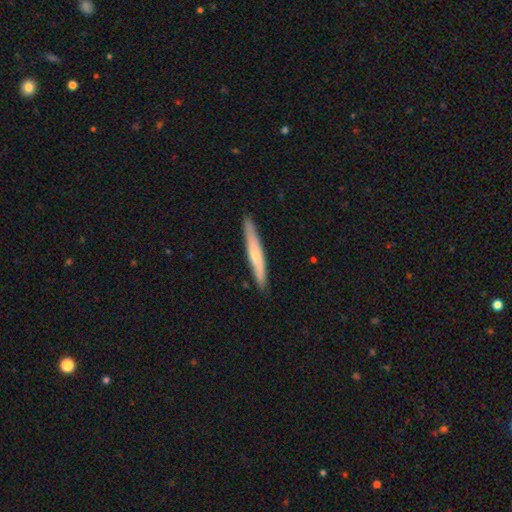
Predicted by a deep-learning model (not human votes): Q: Smooth or featured?
A: smooth (54%); runner-up: featured or disk (41%)
Q: How rounded?
A: cigar-shaped (95%); runner-up: in between (3%)
Q: Merging?
A: none (89%); runner-up: minor disturbance (8%)